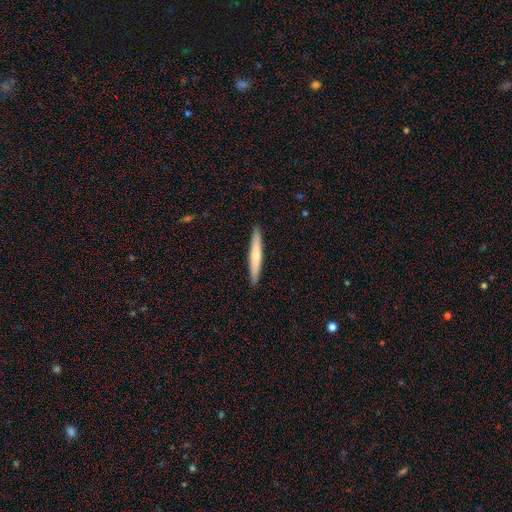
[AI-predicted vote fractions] A smooth galaxy with no disk features (57%) that is cigar-shaped (95%).

Vote fractions:
- Smooth or featured? smooth: 57% / featured or disk: 38% / star or artifact: 5%
- How rounded? cigar-shaped: 95% / in between: 4% / round: 1%
- Merging? none: 92% / minor disturbance: 6% / major disturbance: 1% / merger: 1%